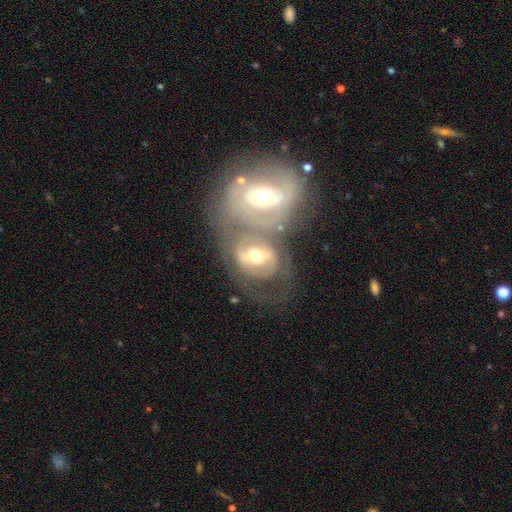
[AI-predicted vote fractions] Morphology: type=featured or disk (71%); edge-on=no (95%); bar=weak (37%); spiral arms=yes (68%); bulge=moderate (73%); merging=merger (62%).